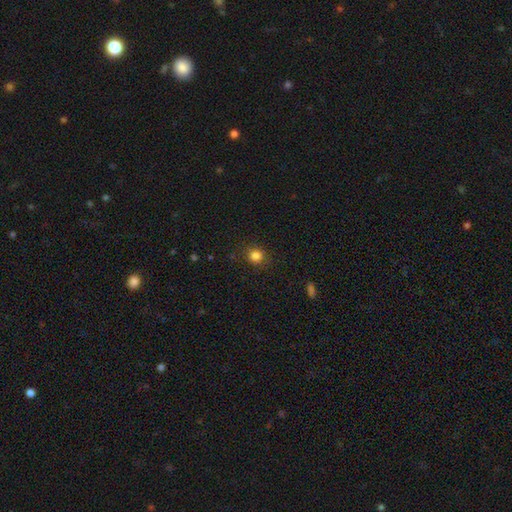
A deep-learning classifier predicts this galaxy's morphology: The model was most divided on "smooth or featured": smooth: 83%, star or artifact: 12%, featured or disk: 5%. More confident: merging — none (88%); how rounded — round (86%).